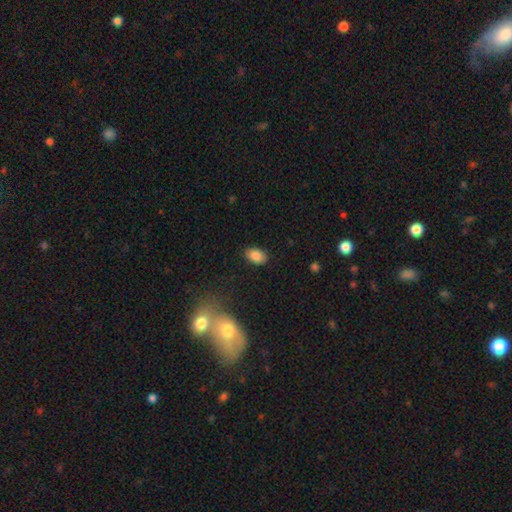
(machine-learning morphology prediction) Smooth or featured: smooth — 86% (star or artifact — 9%)
How rounded: in between — 87% (round — 12%)
Merging: none — 86% (minor disturbance — 10%)